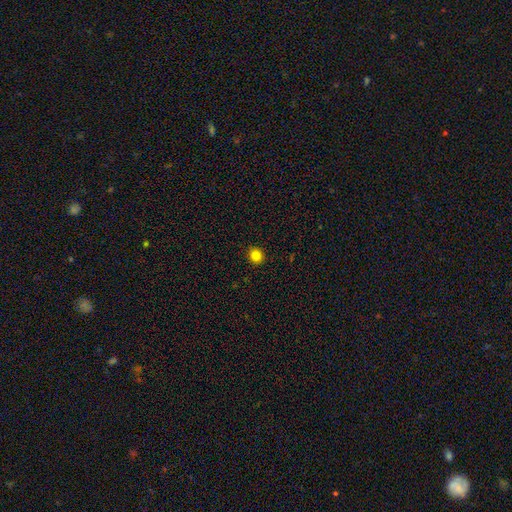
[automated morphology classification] Smooth or featured? Predicted: smooth (p=0.83). How rounded? Predicted: round (p=0.85). Merging? Predicted: none (p=0.92).